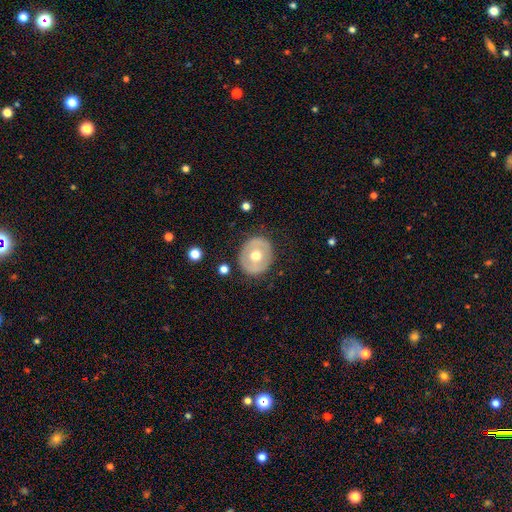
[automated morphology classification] A smooth galaxy with no disk features (49%).

Vote fractions:
- Smooth or featured? smooth: 49% / featured or disk: 46% / star or artifact: 6%
- Merging? none: 86% / minor disturbance: 10% / major disturbance: 3% / merger: 2%